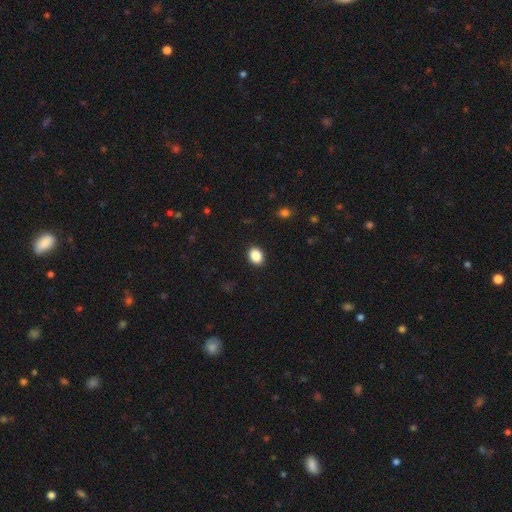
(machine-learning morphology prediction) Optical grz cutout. It shows a smooth galaxy with no disk features (88%) that is in between round and cigar-shaped (62%). Merging: none (90%).